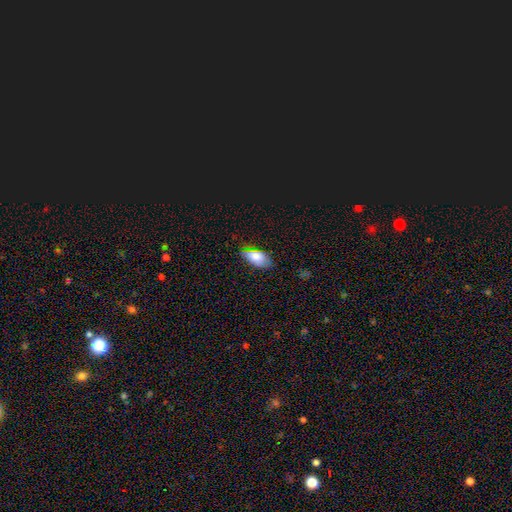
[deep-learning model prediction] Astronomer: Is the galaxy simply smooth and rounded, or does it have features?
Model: smooth — 74%.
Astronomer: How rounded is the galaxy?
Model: in between — 91%.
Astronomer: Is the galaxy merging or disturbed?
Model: none — 64%.